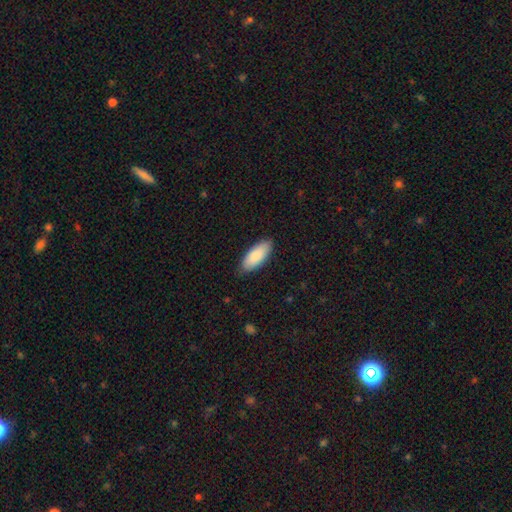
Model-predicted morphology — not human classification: smooth_or_featured: smooth (p=0.86) [alt: featured or disk p=0.08]
how_rounded: in between (p=0.83) [alt: cigar-shaped p=0.16]
merging: none (p=0.84) [alt: minor disturbance p=0.13]